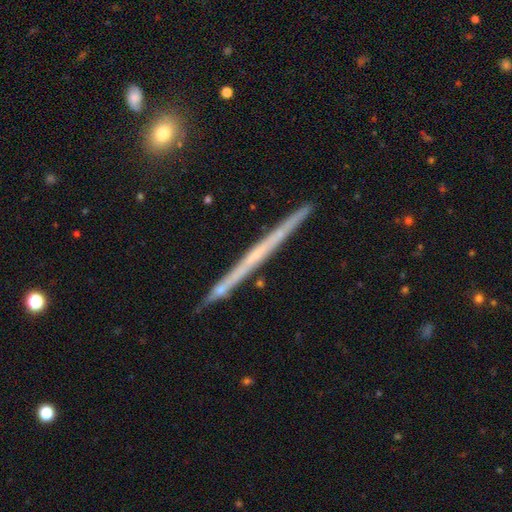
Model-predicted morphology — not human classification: Smooth or featured? featured or disk (68%)
Edge-on disk? yes (98%)
Edge-on bulge? none (83%)
Merging? none (89%)